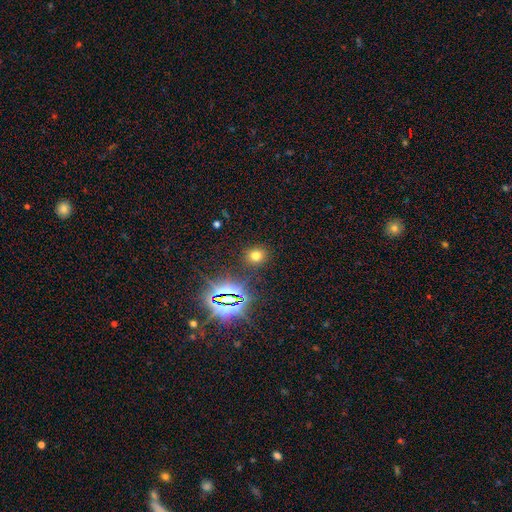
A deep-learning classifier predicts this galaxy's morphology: Overall: smooth (64%; star or artifact 28%). How rounded: round (78%). Merging: none (87%).